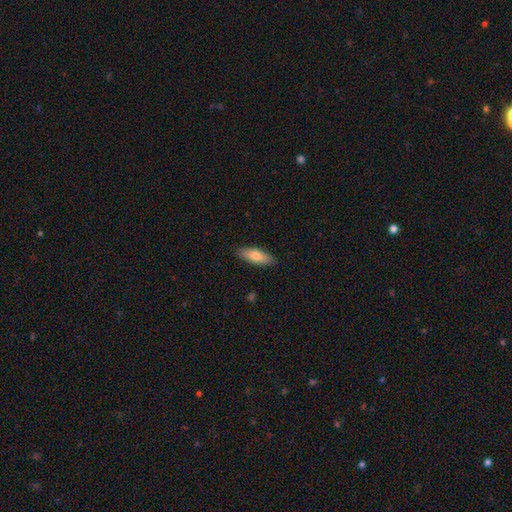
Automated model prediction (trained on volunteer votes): A smooth galaxy with no disk features (77%) that is in between round and cigar-shaped (66%).

Vote fractions:
- Smooth or featured? smooth: 77% / featured or disk: 17% / star or artifact: 6%
- How rounded? in between: 66% / cigar-shaped: 32% / round: 2%
- Merging? none: 88% / minor disturbance: 10% / major disturbance: 2% / merger: 1%